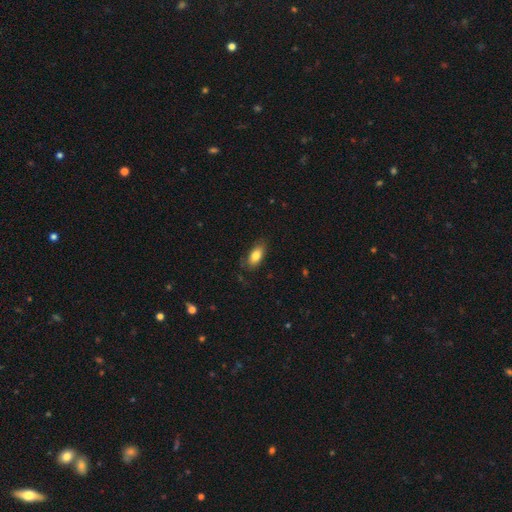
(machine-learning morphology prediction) The model was most divided on "merging": none: 76%, minor disturbance: 19%, major disturbance: 4%, merger: 1%. More confident: how rounded — in between (88%); smooth or featured — smooth (82%).